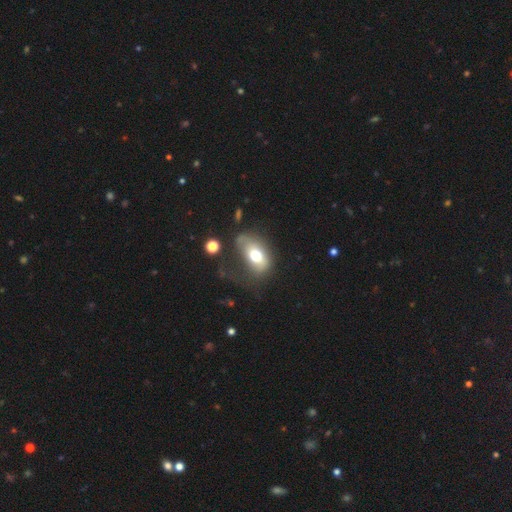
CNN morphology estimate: Smooth or featured? smooth (64%)
How rounded? in between (83%)
Merging? none (34%)